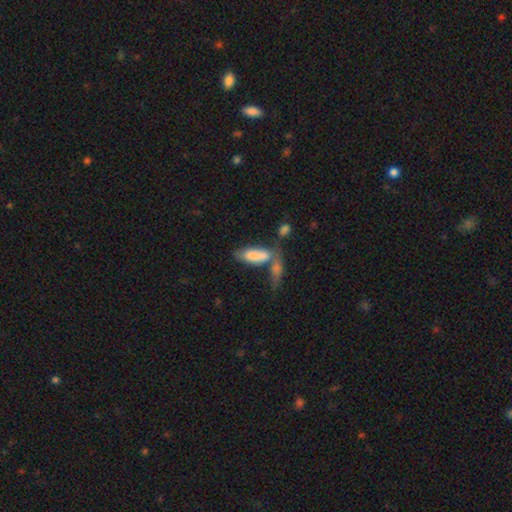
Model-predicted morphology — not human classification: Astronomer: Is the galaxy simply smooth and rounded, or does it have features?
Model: smooth — 79%.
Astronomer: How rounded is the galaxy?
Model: in between — 76%.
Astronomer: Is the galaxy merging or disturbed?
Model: merger — 49% (runner-up: none, 29%).